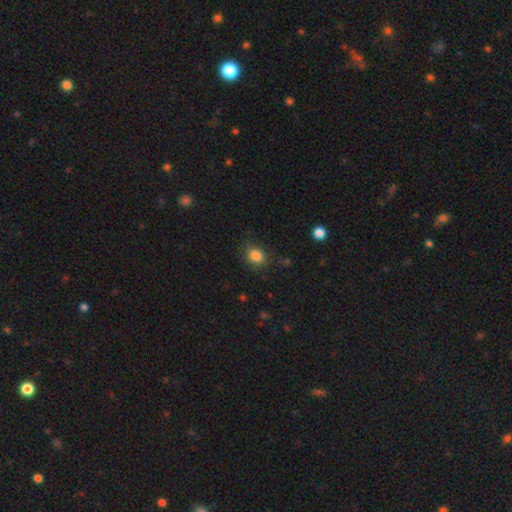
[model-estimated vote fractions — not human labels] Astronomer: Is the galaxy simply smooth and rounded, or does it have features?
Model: smooth — 84%.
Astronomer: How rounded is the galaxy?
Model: round — 60% (runner-up: in between, 39%).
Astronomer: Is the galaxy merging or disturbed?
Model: none — 79%.